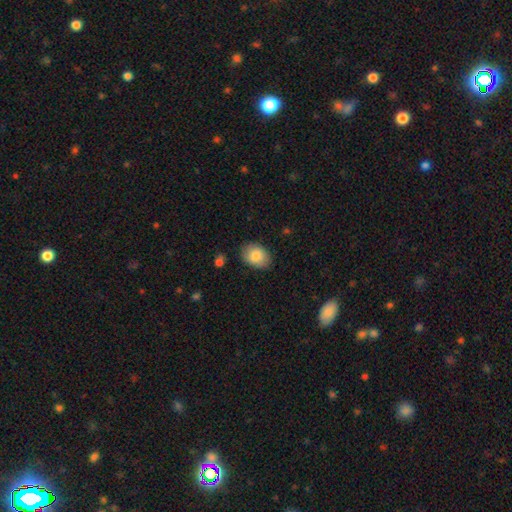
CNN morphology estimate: type=smooth (84%); roundness=in between (73%); merging=none (83%).